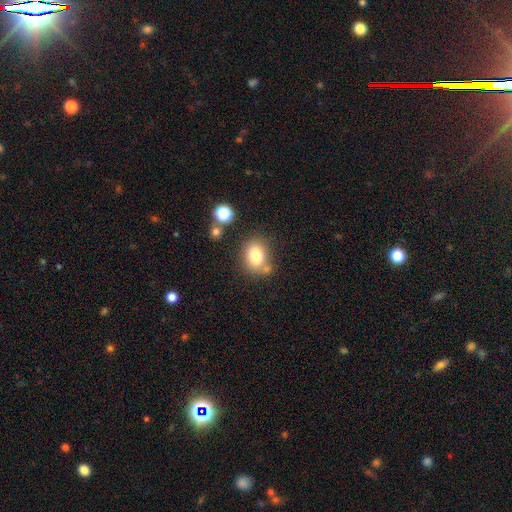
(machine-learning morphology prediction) A smooth galaxy with no disk features (81%) that is in between round and cigar-shaped (57%).

Vote fractions:
- Smooth or featured? smooth: 81% / star or artifact: 10% / featured or disk: 10%
- How rounded? in between: 57% / round: 42% / cigar-shaped: 1%
- Merging? none: 63% / minor disturbance: 16% / merger: 15% / major disturbance: 6%